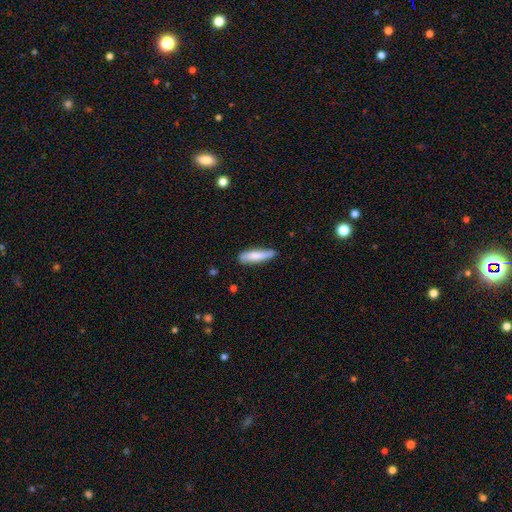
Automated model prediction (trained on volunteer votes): smooth 77%, featured or disk 17%, star or artifact 6%. Down the decision tree: how rounded — cigar-shaped (77%); merging — none (71%).